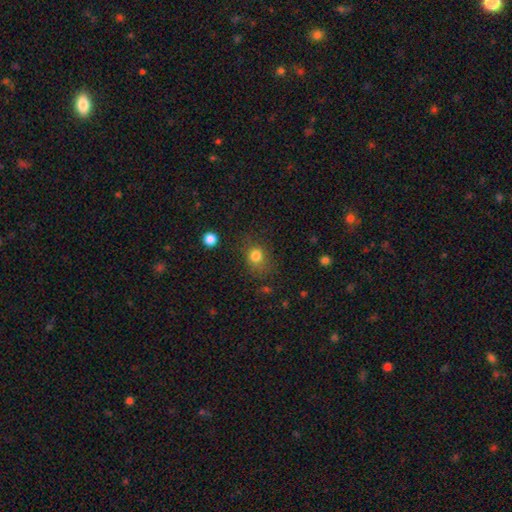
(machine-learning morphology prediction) This appears to be a smooth galaxy with no disk features (80%) that is round (71%). Merging: none (71%).